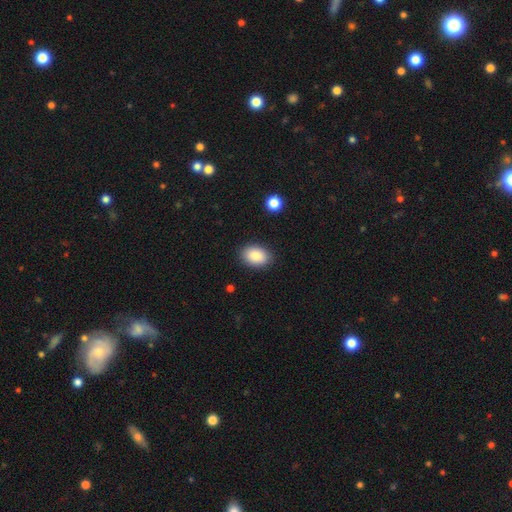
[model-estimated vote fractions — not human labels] Smooth or featured: smooth — 88% (star or artifact — 7%)
How rounded: in between — 84% (round — 15%)
Merging: none — 88% (minor disturbance — 9%)